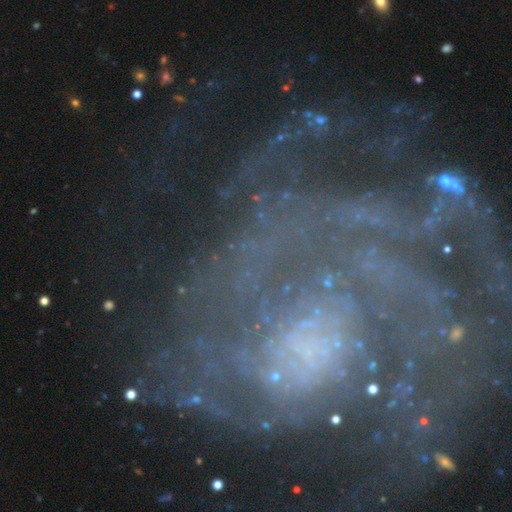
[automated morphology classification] type=featured or disk (77%); edge-on=no (97%); bar=no (60%); spiral arms=yes (86%); winding=tight (54%); arm count=can't tell (34%); bulge=none (39%); merging=none (55%).